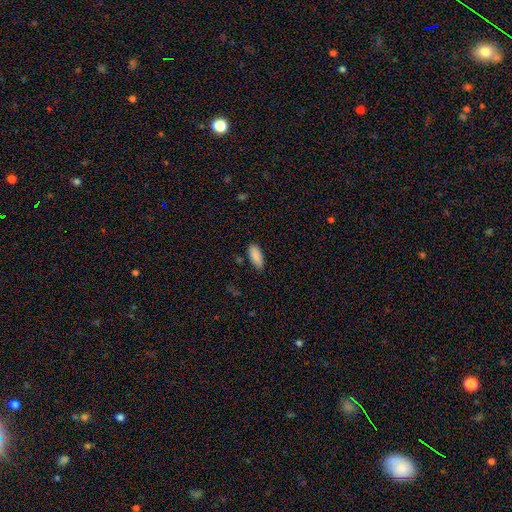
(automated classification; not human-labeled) Smooth or featured: smooth — 89% (star or artifact — 7%)
How rounded: in between — 83% (cigar-shaped — 15%)
Merging: none — 80% (minor disturbance — 15%)